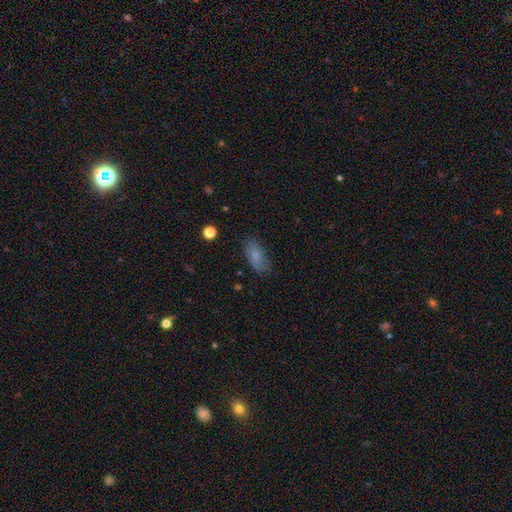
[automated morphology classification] A smooth galaxy with no disk features (77%) that is in between round and cigar-shaped (84%). Merging: none (70%).